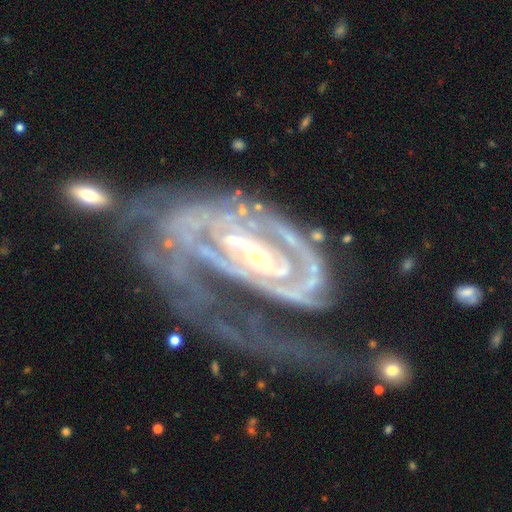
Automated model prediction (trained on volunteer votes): Overall: featured or disk (90%). Edge-on disk: no (95%). Bar: no (34%; strong 33%). Spiral arms: yes (94%). Spiral arm count: 2 (41%; can't tell 24%). Spiral winding: tight (60%; medium 30%). Bulge size: small (61%; moderate 34%). Merging: major disturbance (43%; none 30%).